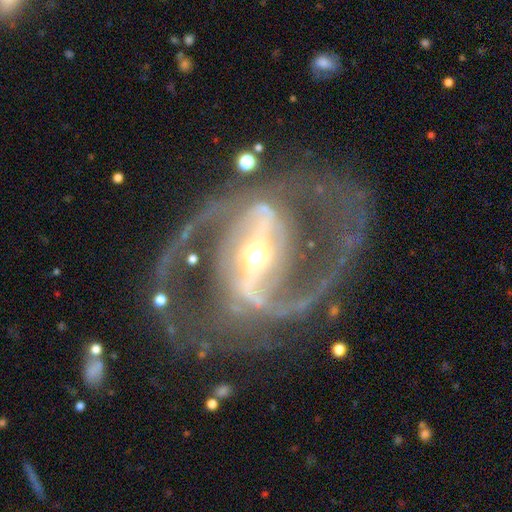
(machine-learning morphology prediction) Smooth or featured?
  - featured or disk: 93% *
  - star or artifact: 5%
  - smooth: 3%
Edge-on disk?
  - no: 97% *
  - yes: 3%
Bar?
  - strong: 76% *
  - weak: 18%
  - no: 6%
Spiral arms?
  - yes: 97% *
  - no: 3%
Spiral winding?
  - medium: 62% *
  - loose: 22%
  - tight: 16%
Spiral arm count?
  - 2: 92% *
  - 3: 2%
  - can't tell: 2%
  - 1: 1%
  - 4: 1%
  - more than 4: 1%
Bulge size?
  - moderate: 54% *
  - small: 38%
  - large: 6%
  - dominant: 1%
  - none: 1%
Merging?
  - none: 74% *
  - minor disturbance: 12%
  - major disturbance: 11%
  - merger: 2%